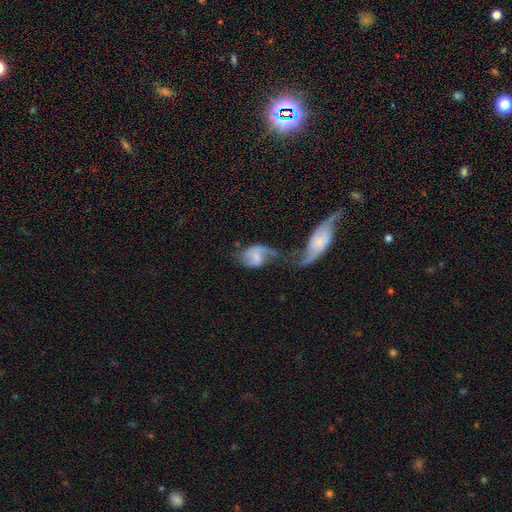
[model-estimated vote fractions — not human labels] Smooth or featured? featured or disk (58%)
Edge-on disk? no (96%)
Bar? no (53%)
Spiral arms? yes (81%)
Bulge size? none (40%)
Merging? merger (41%)